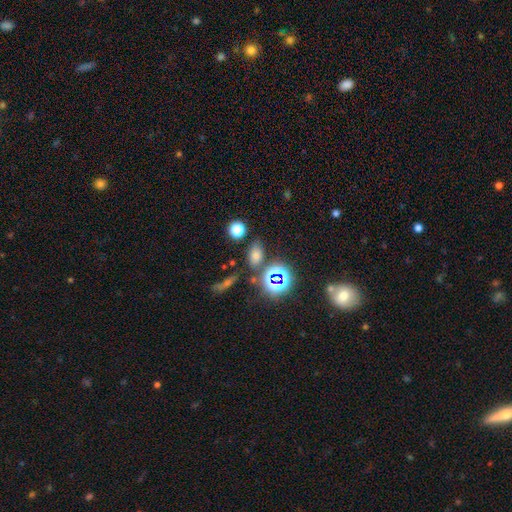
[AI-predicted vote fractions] Smooth or featured? Predicted: smooth (p=0.63). How rounded? Predicted: in between (p=0.80). Merging? Predicted: none (p=0.76).